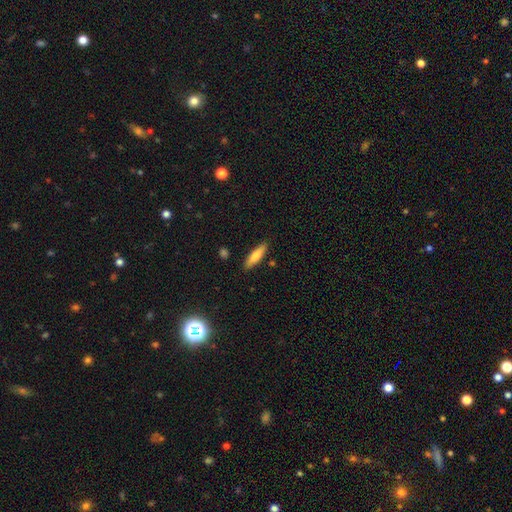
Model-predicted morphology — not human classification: The model was most divided on "how rounded": cigar-shaped: 68%, in between: 30%, round: 2%. More confident: merging — none (86%); smooth or featured — smooth (72%).